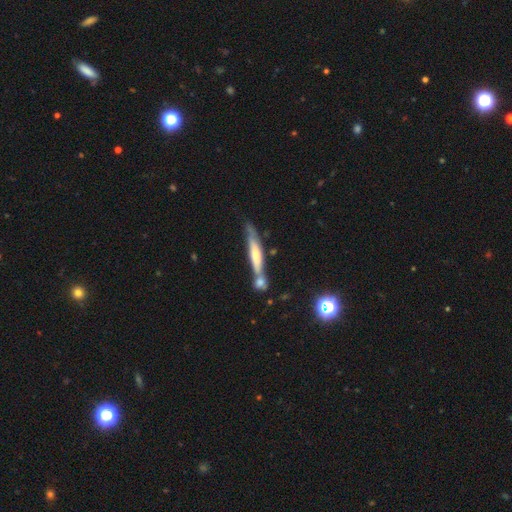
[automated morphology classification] smooth_or_featured: smooth (p=0.49) [alt: featured or disk p=0.45]
merging: none (p=0.47) [alt: merger p=0.34]